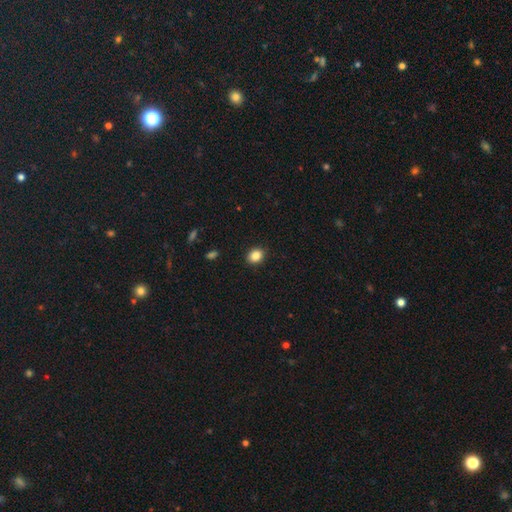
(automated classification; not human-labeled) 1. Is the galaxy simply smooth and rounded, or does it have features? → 86% smooth, 9% star or artifact, 4% featured or disk.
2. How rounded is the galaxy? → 54% round, 45% in between, 1% cigar-shaped.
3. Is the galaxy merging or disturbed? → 90% none, 7% minor disturbance, 2% major disturbance, 1% merger.